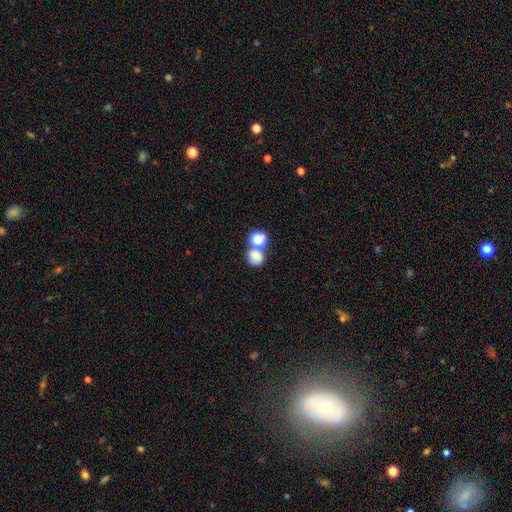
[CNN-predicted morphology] Smooth or featured?
  - smooth: 75% *
  - star or artifact: 16%
  - featured or disk: 9%
How rounded?
  - round: 71% *
  - in between: 28%
  - cigar-shaped: 1%
Merging?
  - none: 45% *
  - merger: 40%
  - minor disturbance: 10%
  - major disturbance: 5%